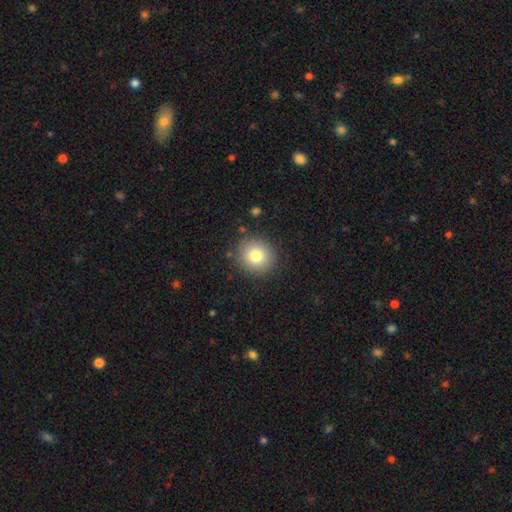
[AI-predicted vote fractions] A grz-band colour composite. It shows a smooth galaxy with no disk features (79%) that is round (90%). Merging: none (88%).